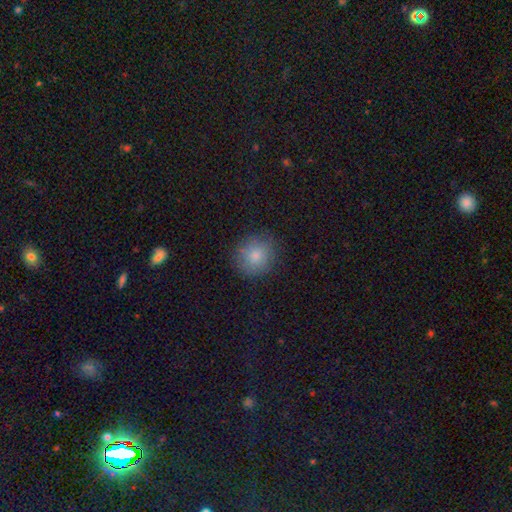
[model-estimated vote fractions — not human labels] Morphology: type=smooth (80%); roundness=round (87%); merging=none (86%).